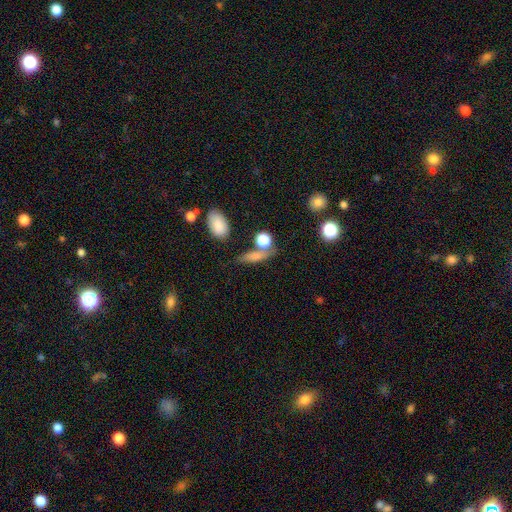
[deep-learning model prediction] The model was most divided on "how rounded": cigar-shaped: 43%, in between: 40%, round: 17%. More confident: smooth or featured — smooth (72%); merging — none (59%).